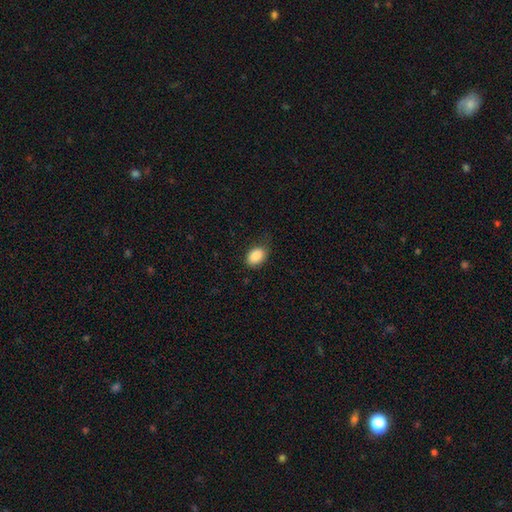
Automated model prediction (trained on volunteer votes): Smooth or featured? Predicted: smooth (p=0.88). How rounded? Predicted: in between (p=0.83). Merging? Predicted: none (p=0.72).